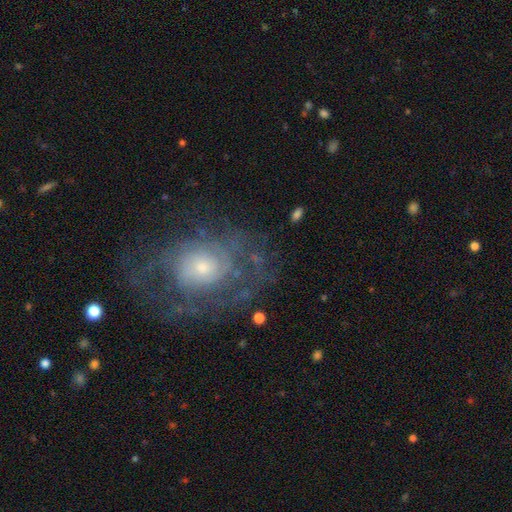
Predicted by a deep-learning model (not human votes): Smooth or featured? Predicted: featured or disk (p=0.60). Edge-on disk? Predicted: no (p=0.94). Bar? Predicted: no (p=0.82). Spiral arms? Predicted: yes (p=0.59). Bulge size? Predicted: small (p=0.43). Merging? Predicted: none (p=0.67).